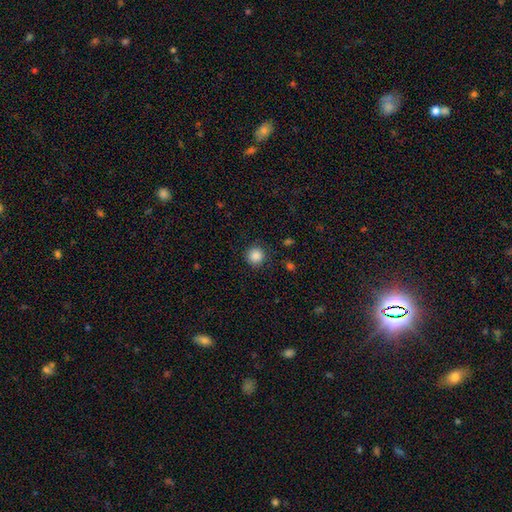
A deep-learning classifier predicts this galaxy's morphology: Smooth or featured? Predicted: smooth (p=0.87). How rounded? Predicted: round (p=0.94). Merging? Predicted: none (p=0.88).